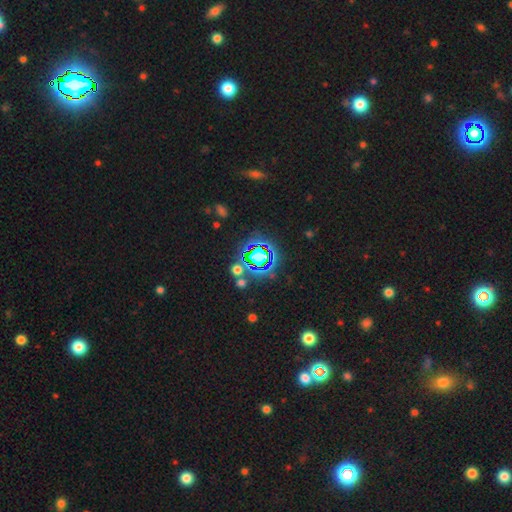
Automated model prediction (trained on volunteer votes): Overall: star or artifact (62%; smooth 25%).